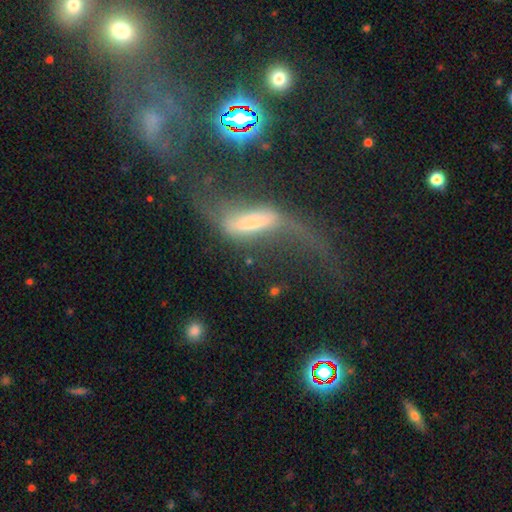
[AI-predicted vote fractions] Smooth or featured: featured or disk — 74% (smooth — 13%)
Edge-on disk: no — 81% (yes — 19%)
Bar: strong — 51% (weak — 31%)
Spiral arms: yes — 86% (no — 14%)
Spiral winding: loose — 91% (medium — 6%)
Spiral arm count: 2 — 86% (1 — 7%)
Bulge size: small — 38% (moderate — 31%)
Merging: none — 35% (major disturbance — 30%)